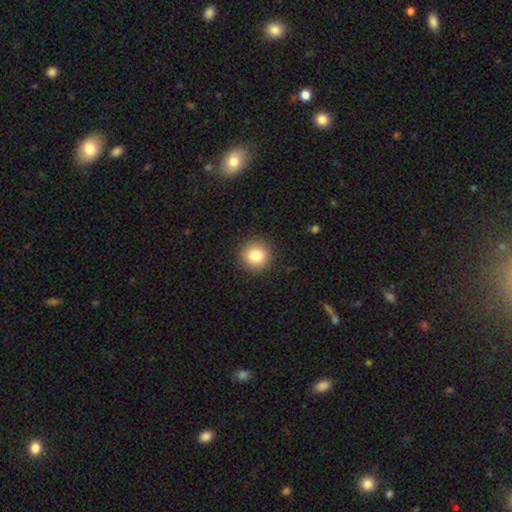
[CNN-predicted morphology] This appears to be a smooth galaxy with no disk features (83%) that is round (93%). Merging: none (91%).